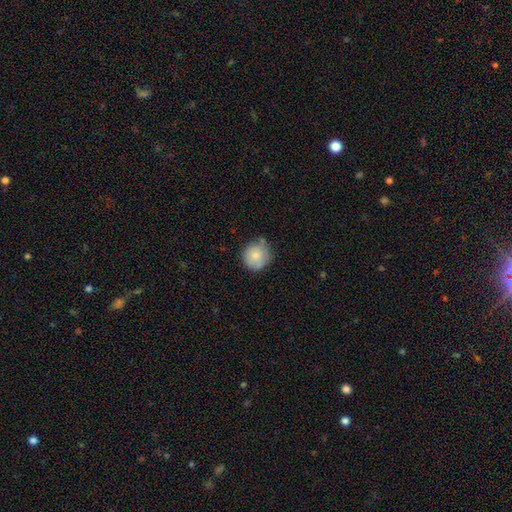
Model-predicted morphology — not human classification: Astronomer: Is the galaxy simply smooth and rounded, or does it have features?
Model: smooth — 80%.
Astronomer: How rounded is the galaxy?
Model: round — 90%.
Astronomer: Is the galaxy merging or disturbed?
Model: none — 71%.